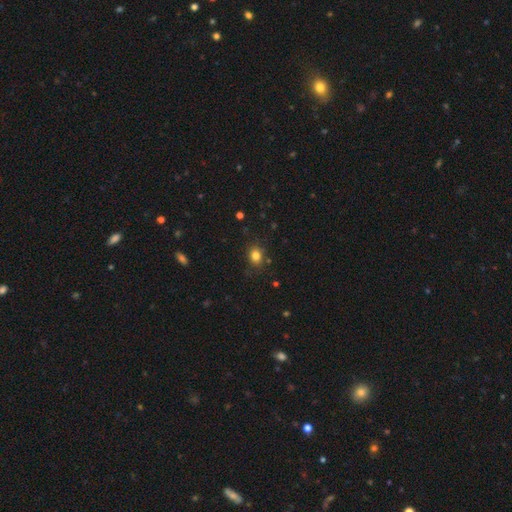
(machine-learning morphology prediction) Overall: smooth (81%). How rounded: round (58%; in between 41%). Merging: none (83%).